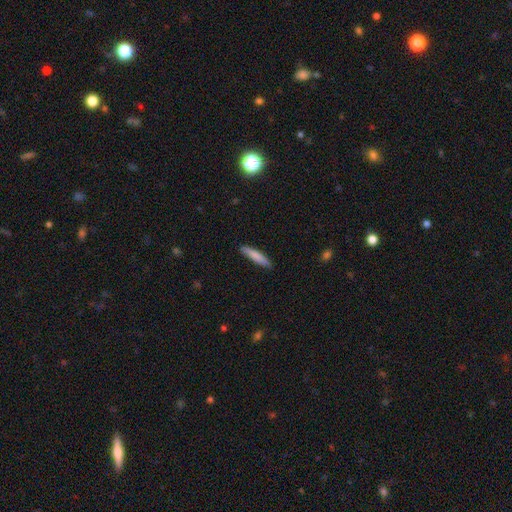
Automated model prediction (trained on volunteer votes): Smooth or featured?
  - smooth: 82% *
  - featured or disk: 13%
  - star or artifact: 6%
How rounded?
  - cigar-shaped: 87% *
  - in between: 12%
  - round: 1%
Merging?
  - none: 87% *
  - minor disturbance: 10%
  - major disturbance: 2%
  - merger: 1%